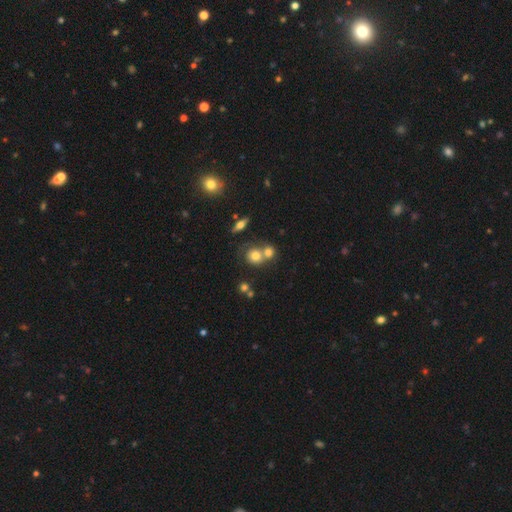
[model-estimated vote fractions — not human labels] Overall: smooth (70%). How rounded: round (80%). Merging: merger (46%; none 41%).